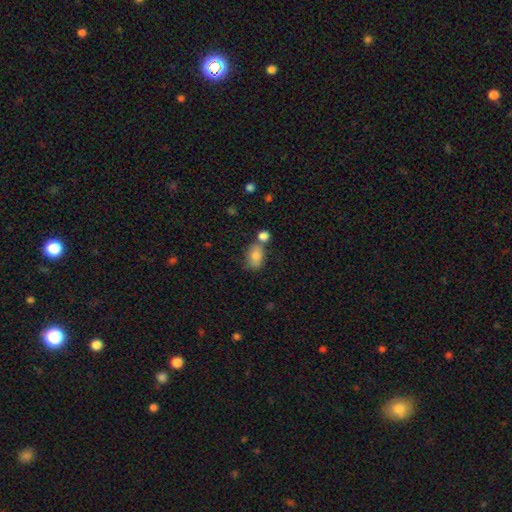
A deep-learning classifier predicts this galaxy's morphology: type=smooth (80%); roundness=in between (80%); merging=none (51%).